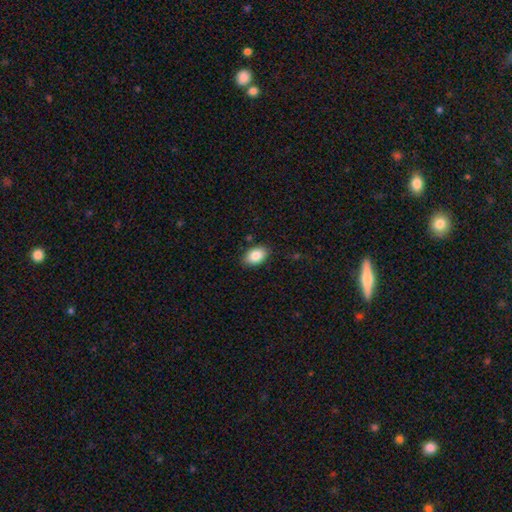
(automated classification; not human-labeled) Smooth or featured: smooth — 86% (star or artifact — 7%)
How rounded: in between — 90% (round — 9%)
Merging: none — 85% (minor disturbance — 11%)